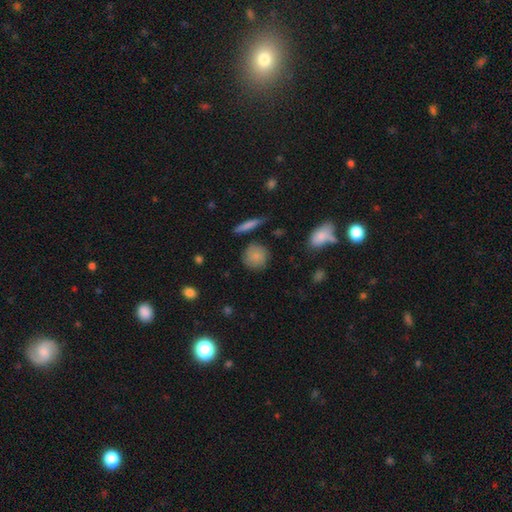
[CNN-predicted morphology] This is clearly a smooth galaxy (81%). How rounded: clearly round (88%). Merging: clearly none (80%).